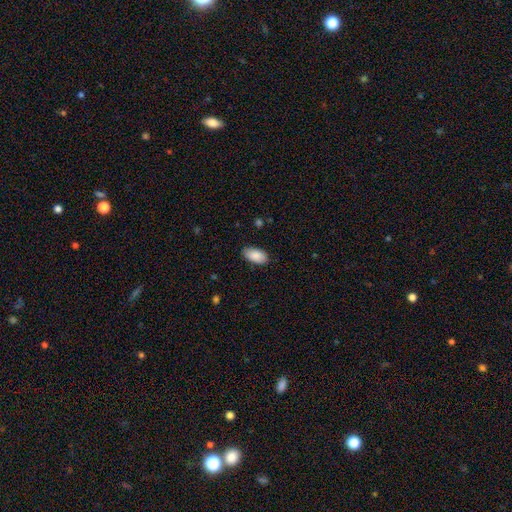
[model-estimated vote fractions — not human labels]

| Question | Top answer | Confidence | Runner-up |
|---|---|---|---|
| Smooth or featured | smooth | 89% | star or artifact (6%) |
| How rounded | in between | 95% | round (3%) |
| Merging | none | 85% | minor disturbance (12%) |